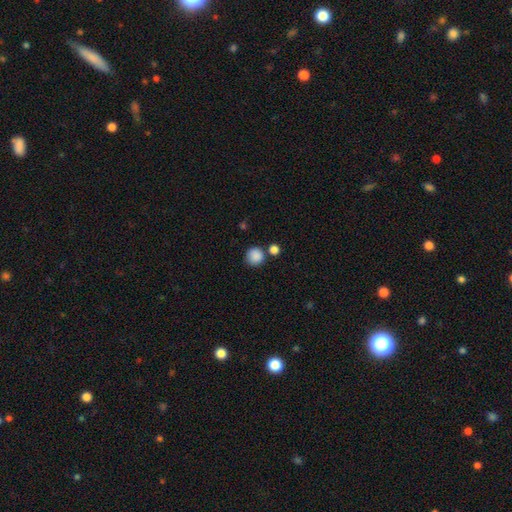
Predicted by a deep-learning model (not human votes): This is clearly a smooth galaxy (87%). How rounded: clearly round (91%). Merging: likely none (72%).